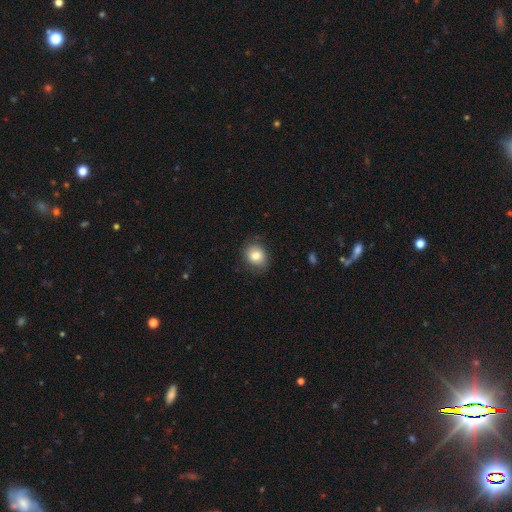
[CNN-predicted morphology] Smooth or featured? Predicted: smooth (p=0.79). How rounded? Predicted: round (p=0.63). Merging? Predicted: none (p=0.81).